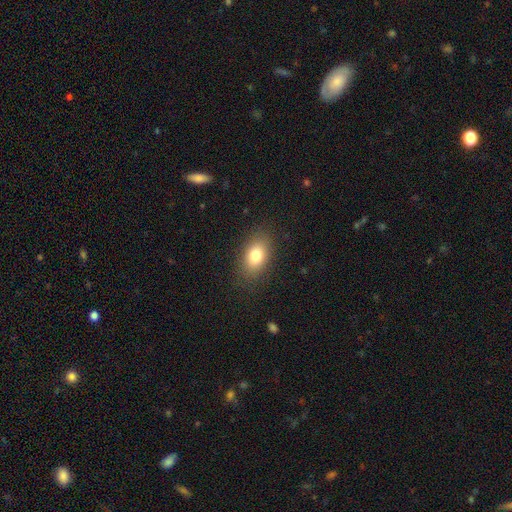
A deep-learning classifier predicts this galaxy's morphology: type=smooth (79%); roundness=in between (84%); merging=none (85%).